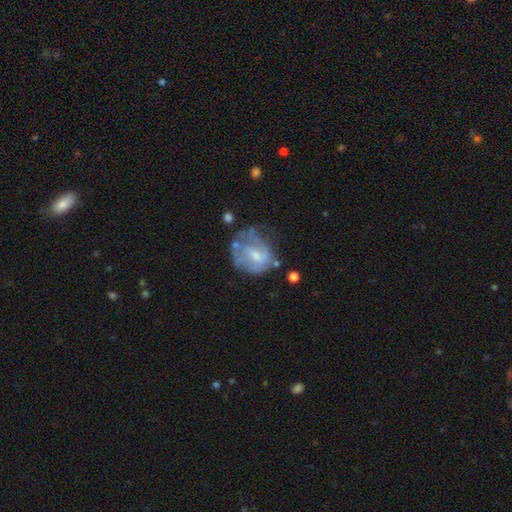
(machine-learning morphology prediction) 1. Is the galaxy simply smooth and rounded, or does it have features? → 54% featured or disk, 38% smooth, 8% star or artifact.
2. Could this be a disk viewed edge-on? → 97% no, 3% yes.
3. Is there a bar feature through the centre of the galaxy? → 46% weak, 45% no, 10% strong.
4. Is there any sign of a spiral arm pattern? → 51% no, 49% yes.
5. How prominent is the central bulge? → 42% small, 40% moderate, 14% none, 3% large, 1% dominant.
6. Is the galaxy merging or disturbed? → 38% none, 27% minor disturbance, 27% major disturbance, 8% merger.